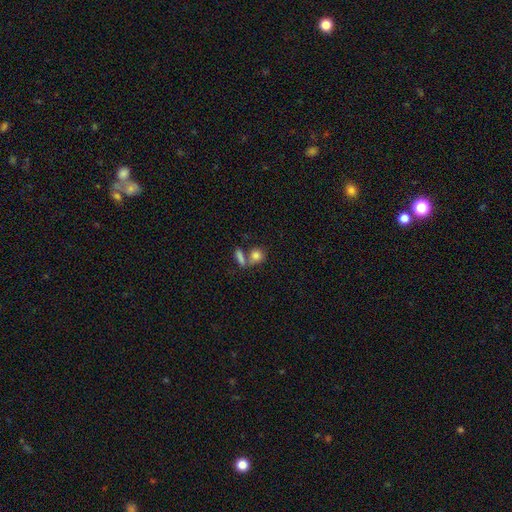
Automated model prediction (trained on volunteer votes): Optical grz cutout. It shows a smooth galaxy with no disk features (81%) that is round (63%). Merging: none (46%).